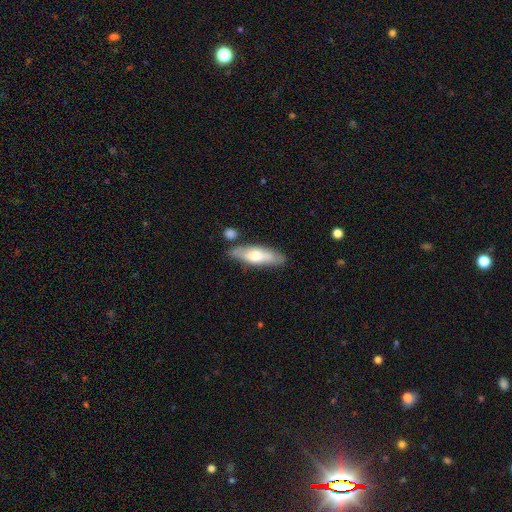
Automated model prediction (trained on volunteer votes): Q: Smooth or featured?
A: smooth (59%); runner-up: featured or disk (36%)
Q: How rounded?
A: cigar-shaped (53%); runner-up: in between (45%)
Q: Merging?
A: none (70%); runner-up: minor disturbance (17%)